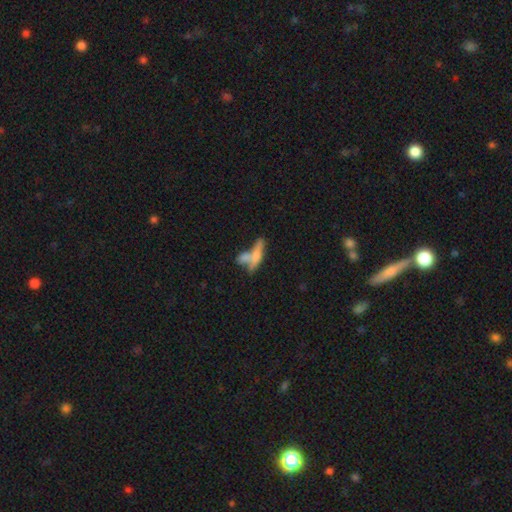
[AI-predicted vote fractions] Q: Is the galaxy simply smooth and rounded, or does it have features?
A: smooth — 56%.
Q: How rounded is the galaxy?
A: cigar-shaped — 63%.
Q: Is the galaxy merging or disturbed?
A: merger — 49%.